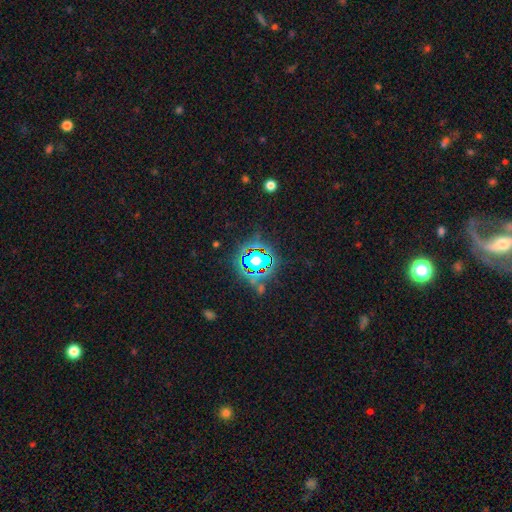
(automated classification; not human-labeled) smooth_or_featured: star or artifact (p=0.80) [alt: smooth p=0.12]